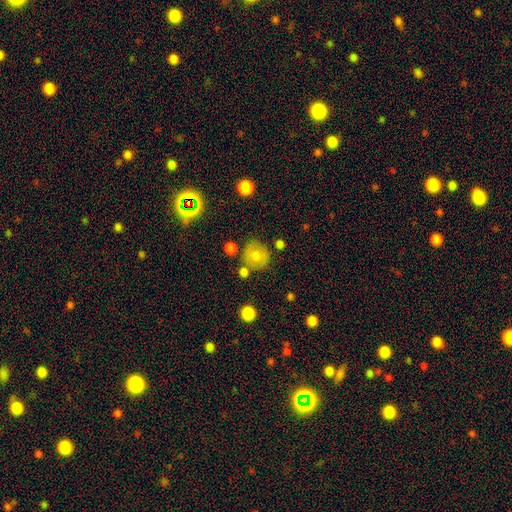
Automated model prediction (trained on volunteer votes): A smooth galaxy with no disk features (67%) that is round (85%).

Vote fractions:
- Smooth or featured? smooth: 67% / featured or disk: 17% / star or artifact: 16%
- How rounded? round: 85% / in between: 14% / cigar-shaped: 1%
- Merging? none: 71% / minor disturbance: 14% / merger: 10% / major disturbance: 5%